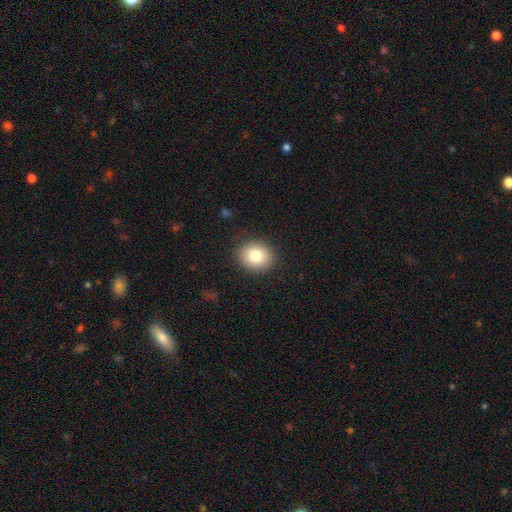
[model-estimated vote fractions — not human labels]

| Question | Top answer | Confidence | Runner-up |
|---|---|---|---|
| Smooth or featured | smooth | 82% | star or artifact (9%) |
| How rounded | round | 68% | in between (31%) |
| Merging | none | 88% | minor disturbance (9%) |